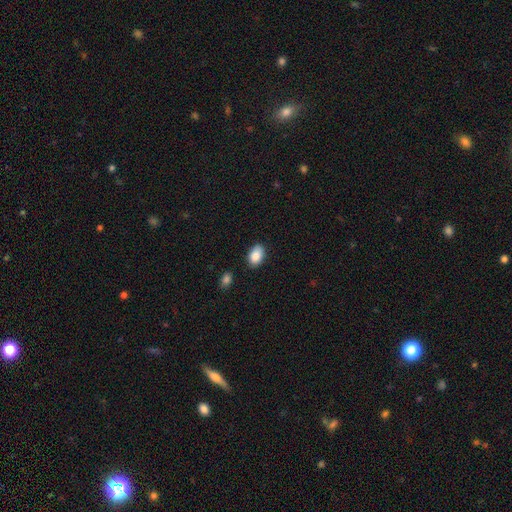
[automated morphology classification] Q: Smooth or featured?
A: smooth (88%); runner-up: star or artifact (7%)
Q: How rounded?
A: in between (89%); runner-up: round (10%)
Q: Merging?
A: none (83%); runner-up: minor disturbance (13%)